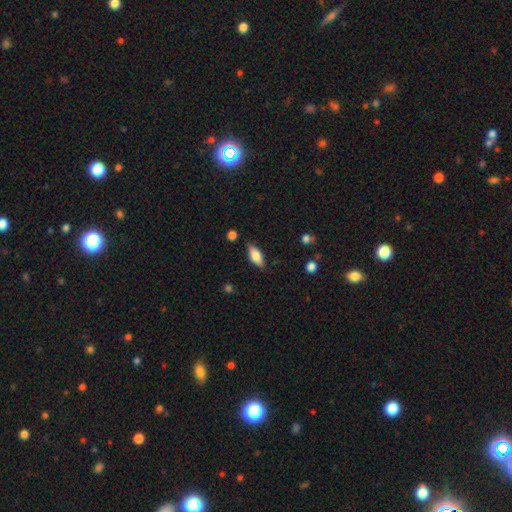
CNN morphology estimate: This is likely a smooth galaxy (63%). How rounded: likely in between (74%). Merging: clearly none (83%).